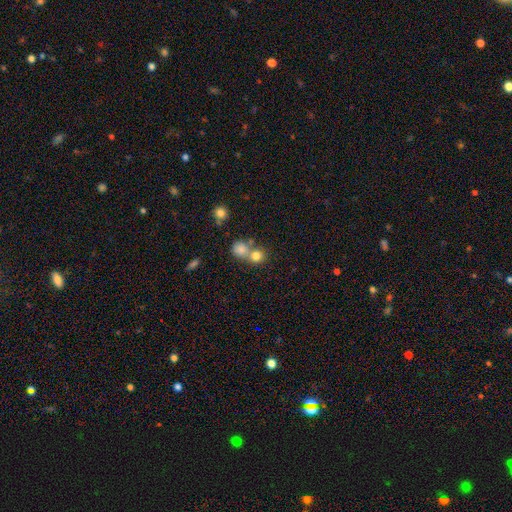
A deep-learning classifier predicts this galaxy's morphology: Smooth or featured? smooth (79%)
How rounded? round (85%)
Merging? merger (46%)